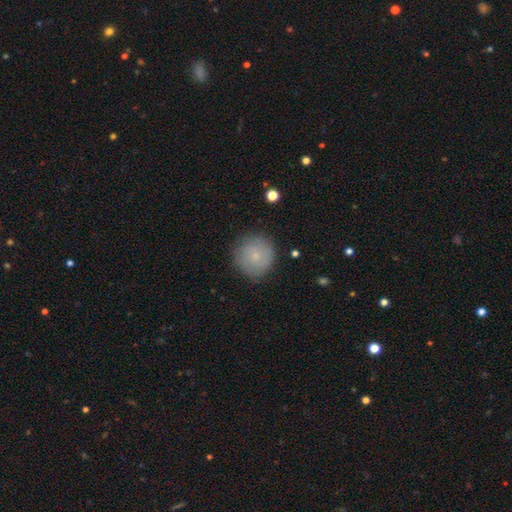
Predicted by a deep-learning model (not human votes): Overall: smooth (66%; featured or disk 26%). How rounded: round (93%). Merging: none (83%).